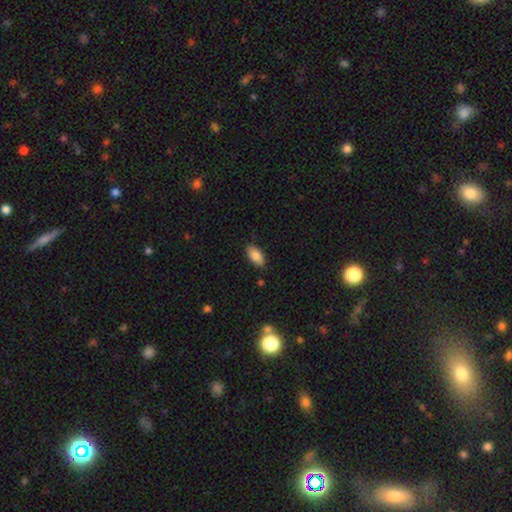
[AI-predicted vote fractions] Q: Smooth or featured?
A: smooth (84%); runner-up: featured or disk (9%)
Q: How rounded?
A: in between (92%); runner-up: cigar-shaped (6%)
Q: Merging?
A: none (85%); runner-up: minor disturbance (12%)